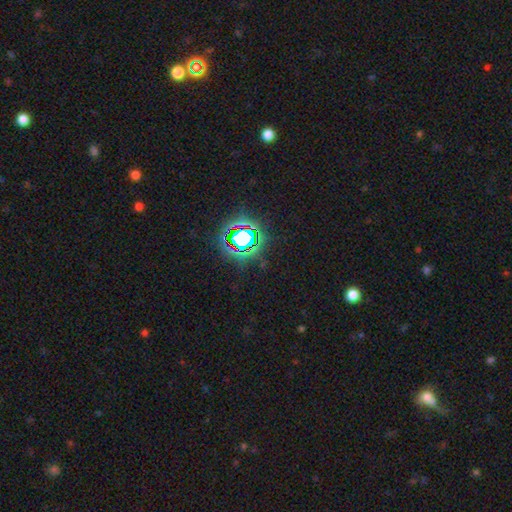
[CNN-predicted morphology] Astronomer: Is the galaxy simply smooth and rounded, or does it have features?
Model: star or artifact — 79%.